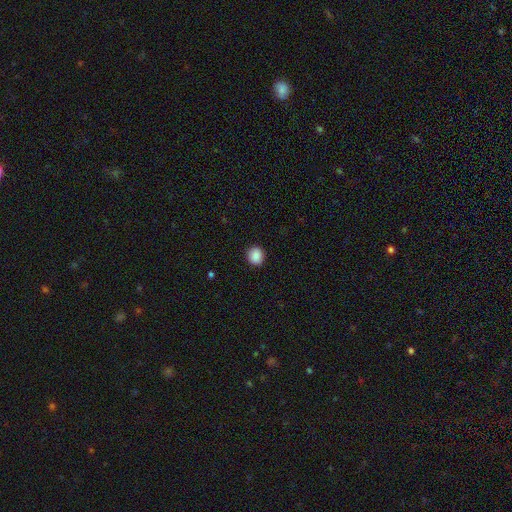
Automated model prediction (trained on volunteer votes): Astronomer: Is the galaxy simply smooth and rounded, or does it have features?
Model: smooth — 88%.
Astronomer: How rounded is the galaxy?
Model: round — 82%.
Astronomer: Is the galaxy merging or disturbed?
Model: none — 91%.